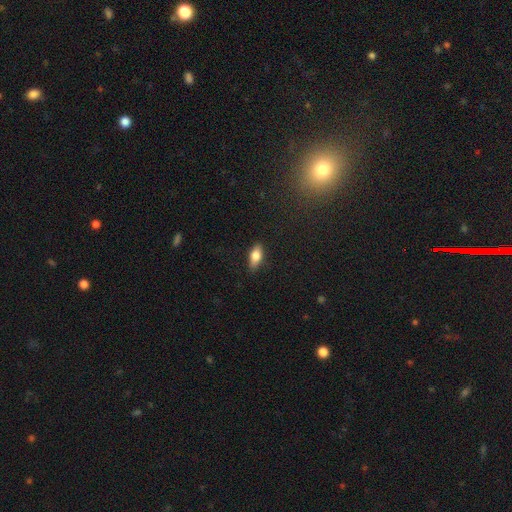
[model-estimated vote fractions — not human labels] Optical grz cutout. It shows a smooth galaxy with no disk features (76%) that is in between round and cigar-shaped (83%). Merging: none (86%).